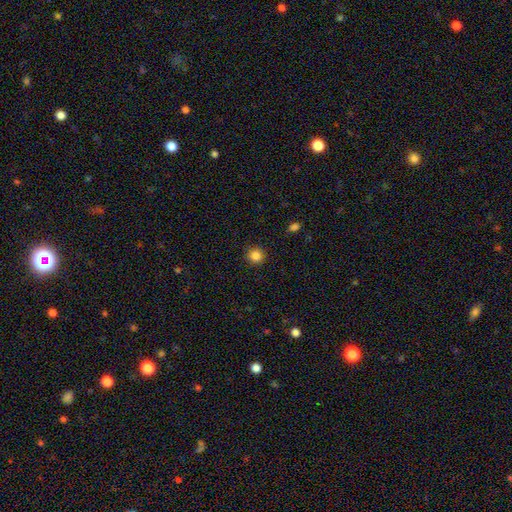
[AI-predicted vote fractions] Q: Smooth or featured?
A: smooth (85%); runner-up: star or artifact (11%)
Q: How rounded?
A: round (94%); runner-up: in between (5%)
Q: Merging?
A: none (92%); runner-up: minor disturbance (5%)